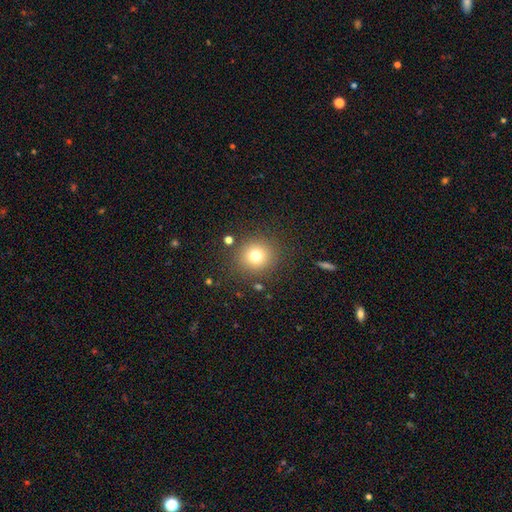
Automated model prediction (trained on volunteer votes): Q: Smooth or featured?
A: smooth (75%); runner-up: star or artifact (15%)
Q: How rounded?
A: round (92%); runner-up: in between (7%)
Q: Merging?
A: none (87%); runner-up: minor disturbance (7%)